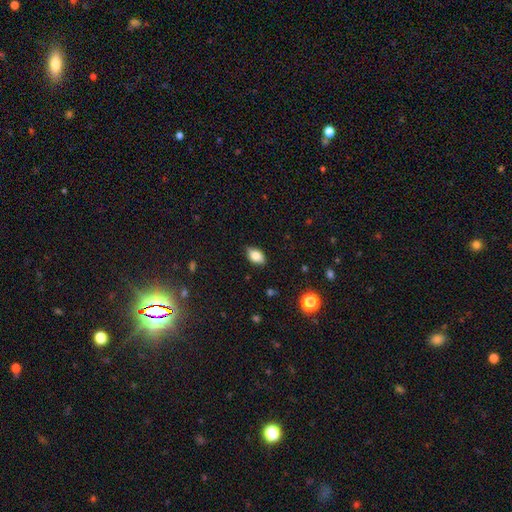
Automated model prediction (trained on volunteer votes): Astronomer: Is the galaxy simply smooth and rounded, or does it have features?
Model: smooth — 74%.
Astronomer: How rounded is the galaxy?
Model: in between — 87%.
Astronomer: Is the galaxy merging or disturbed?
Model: none — 80%.